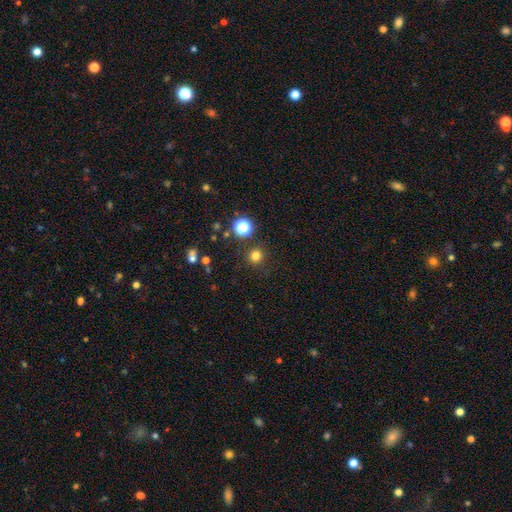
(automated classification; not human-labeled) Smooth or featured? smooth (79%)
How rounded? round (94%)
Merging? none (89%)